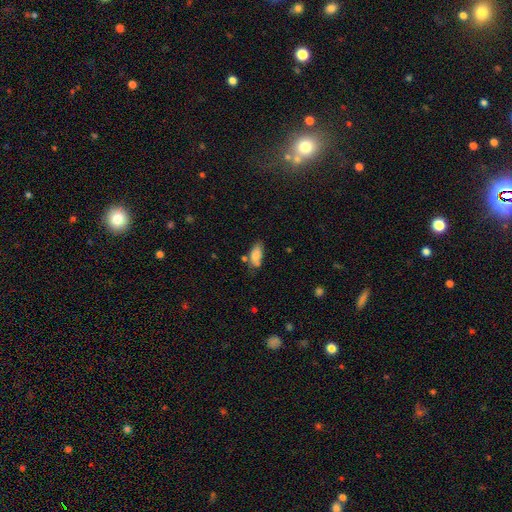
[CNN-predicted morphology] Smooth or featured? Predicted: smooth (p=0.82). How rounded? Predicted: in between (p=0.86). Merging? Predicted: none (p=0.58).